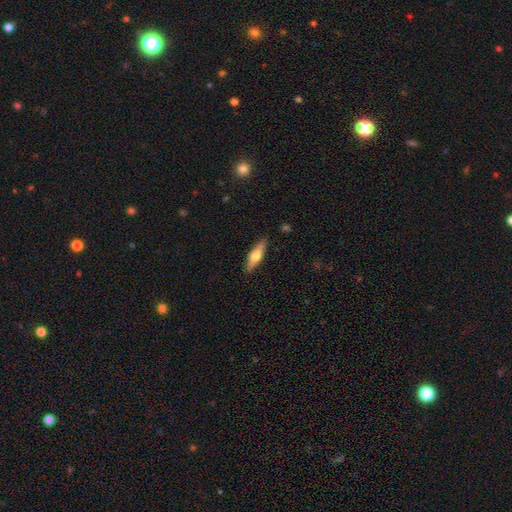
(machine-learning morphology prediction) This is possibly a smooth galaxy (53%). How rounded: likely cigar-shaped (63%). Merging: clearly none (88%).